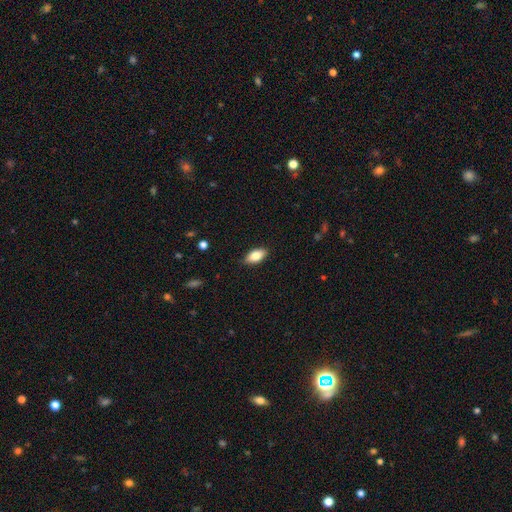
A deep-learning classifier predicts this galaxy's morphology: Smooth or featured? Predicted: smooth (p=0.80). How rounded? Predicted: in between (p=0.90). Merging? Predicted: none (p=0.87).